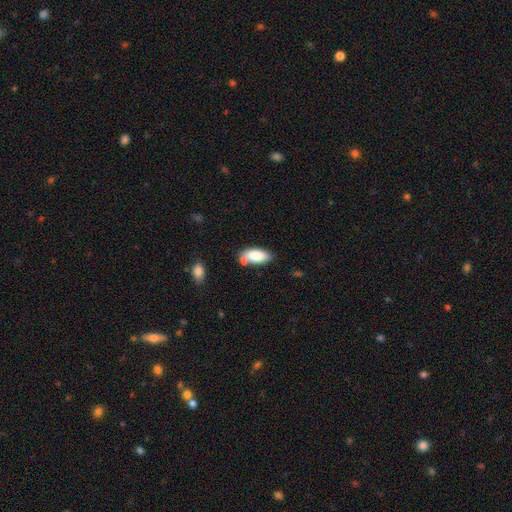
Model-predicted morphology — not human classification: Overall: smooth (81%). How rounded: in between (88%). Merging: none (55%; merger 22%).